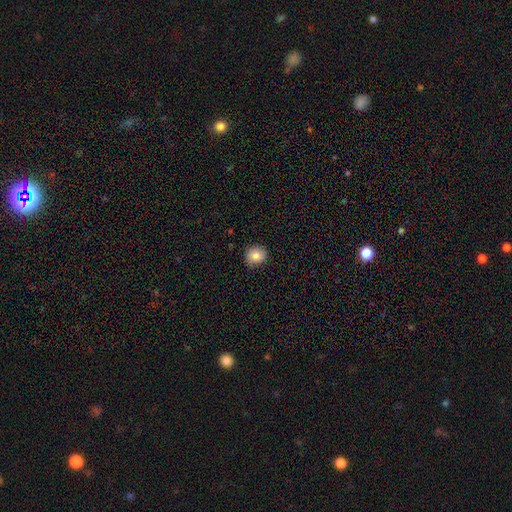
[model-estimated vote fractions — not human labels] Smooth or featured: smooth — 83% (star or artifact — 9%)
How rounded: round — 76% (in between — 23%)
Merging: none — 84% (minor disturbance — 13%)